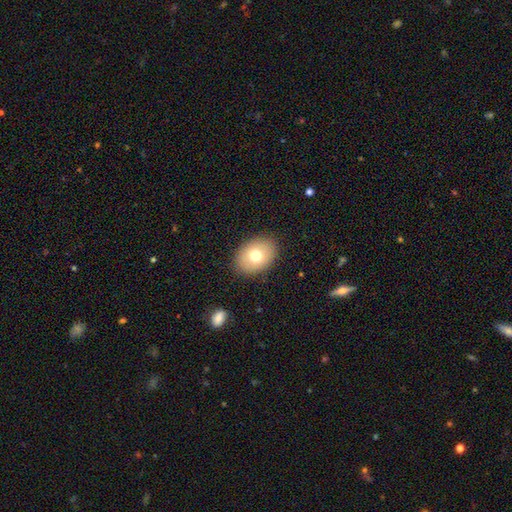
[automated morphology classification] Smooth or featured? smooth (73%)
How rounded? in between (74%)
Merging? none (88%)